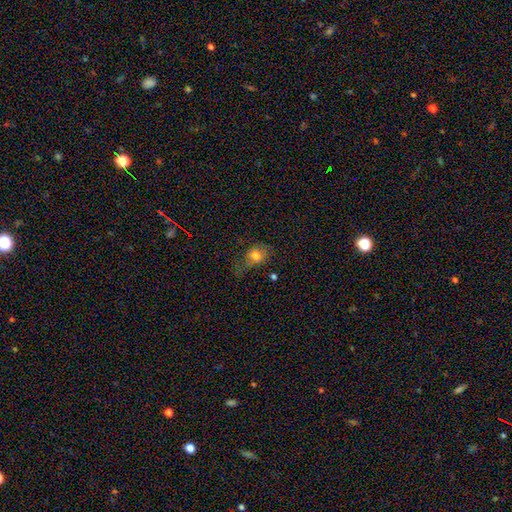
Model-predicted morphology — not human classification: type=smooth (75%); roundness=round (54%); merging=none (35%).